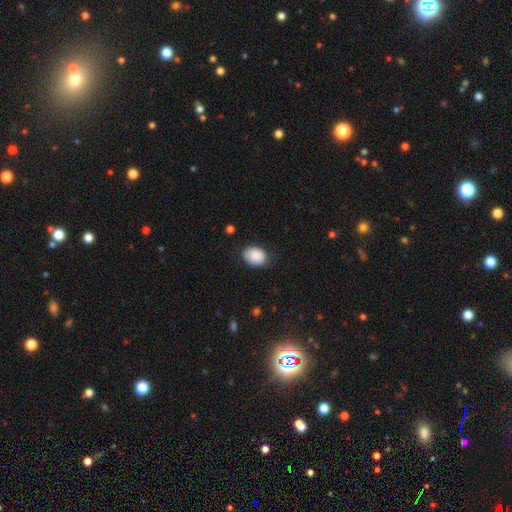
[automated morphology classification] The model was most divided on "how rounded": in between: 71%, round: 28%, cigar-shaped: 1%. More confident: smooth or featured — smooth (88%); merging — none (73%).